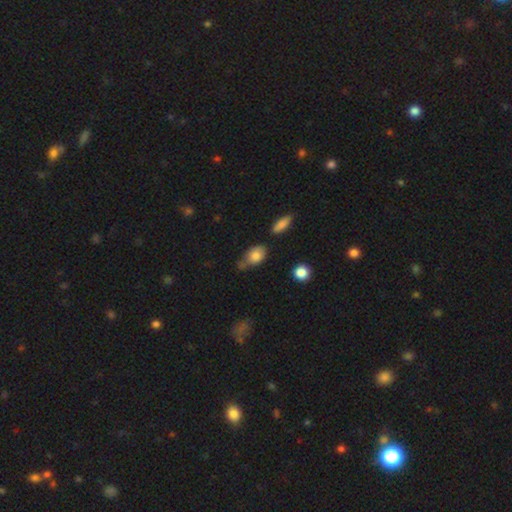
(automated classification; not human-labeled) smooth-or-featured: smooth: 79% | featured or disk: 12% | star or artifact: 9%
  how-rounded: in between: 80% | round: 17% | cigar-shaped: 3%
  merging: none: 39% | minor disturbance: 35% | merger: 14% | major disturbance: 11%